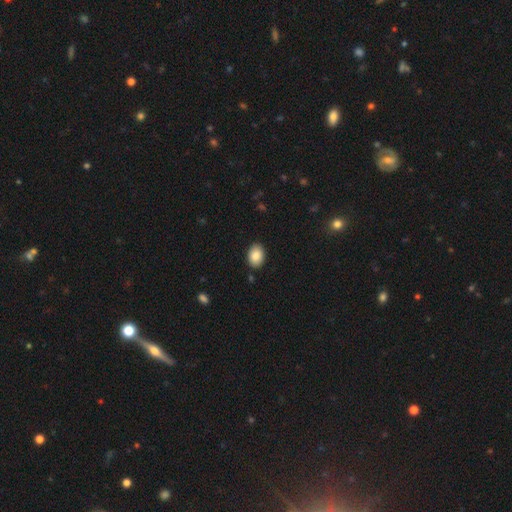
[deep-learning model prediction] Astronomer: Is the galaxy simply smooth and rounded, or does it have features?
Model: smooth — 87%.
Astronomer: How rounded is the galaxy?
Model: in between — 79%.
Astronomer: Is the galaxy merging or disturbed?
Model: none — 88%.